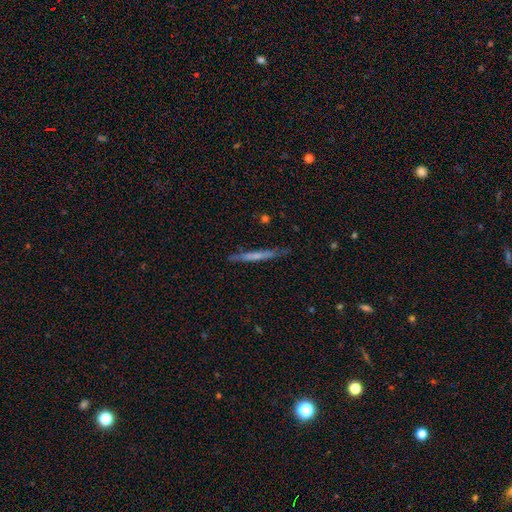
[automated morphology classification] smooth-or-featured: featured or disk: 50% | smooth: 44% | star or artifact: 6%
  merging: none: 84% | minor disturbance: 12% | major disturbance: 2% | merger: 2%